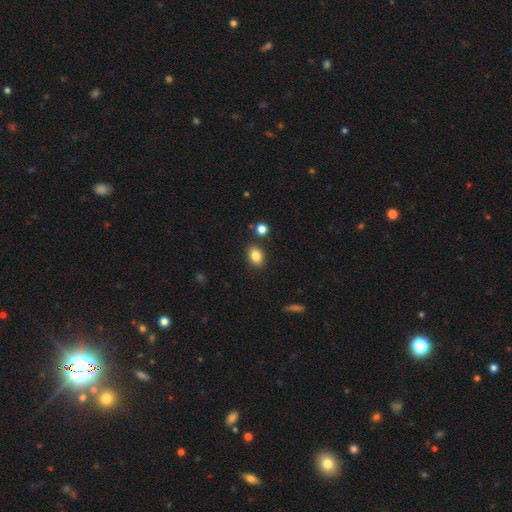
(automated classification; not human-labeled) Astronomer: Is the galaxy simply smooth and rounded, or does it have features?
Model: smooth — 83%.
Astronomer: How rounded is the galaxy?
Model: in between — 77%.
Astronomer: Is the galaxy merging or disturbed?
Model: none — 84%.